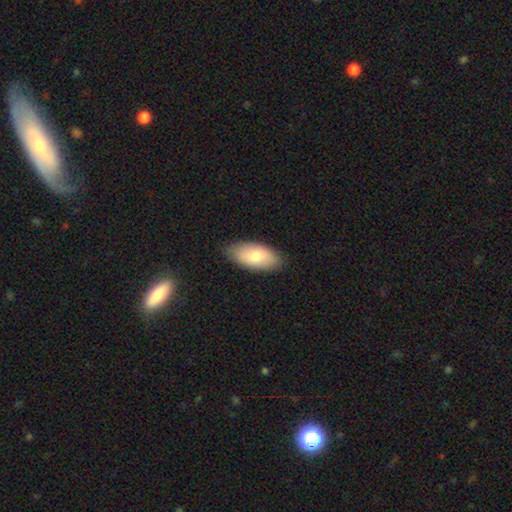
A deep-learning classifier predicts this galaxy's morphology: Smooth or featured: smooth — 77% (featured or disk — 17%)
How rounded: in between — 93% (cigar-shaped — 5%)
Merging: none — 85% (minor disturbance — 12%)